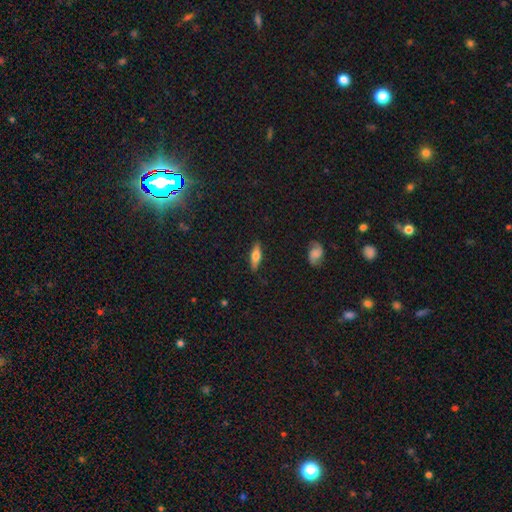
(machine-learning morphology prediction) Smooth or featured?
  - smooth: 51% *
  - featured or disk: 42%
  - star or artifact: 6%
How rounded?
  - cigar-shaped: 53% *
  - in between: 44%
  - round: 3%
Merging?
  - none: 85% *
  - minor disturbance: 11%
  - major disturbance: 3%
  - merger: 1%